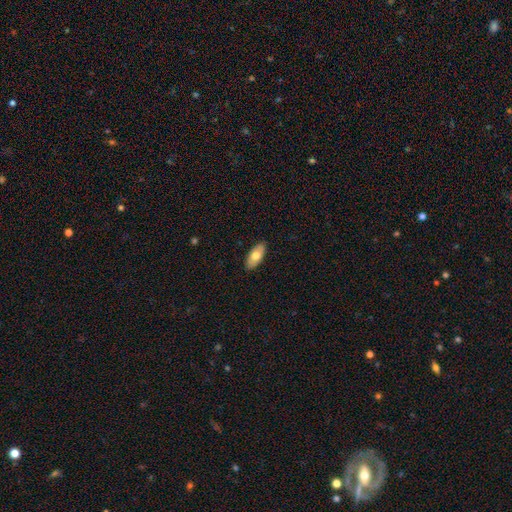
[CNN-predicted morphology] This appears to be a smooth galaxy with no disk features (71%) that is in between round and cigar-shaped (89%). Merging: none (89%).